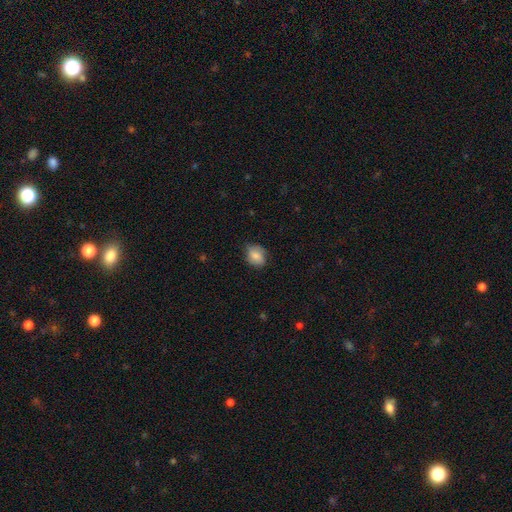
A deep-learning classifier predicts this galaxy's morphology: Q: Smooth or featured?
A: smooth (79%); runner-up: featured or disk (13%)
Q: How rounded?
A: in between (59%); runner-up: round (40%)
Q: Merging?
A: none (72%); runner-up: minor disturbance (22%)